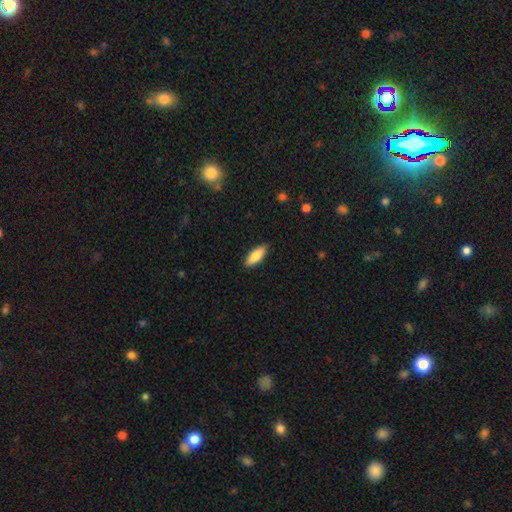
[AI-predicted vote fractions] Morphology: type=smooth (83%); roundness=in between (72%); merging=none (89%).